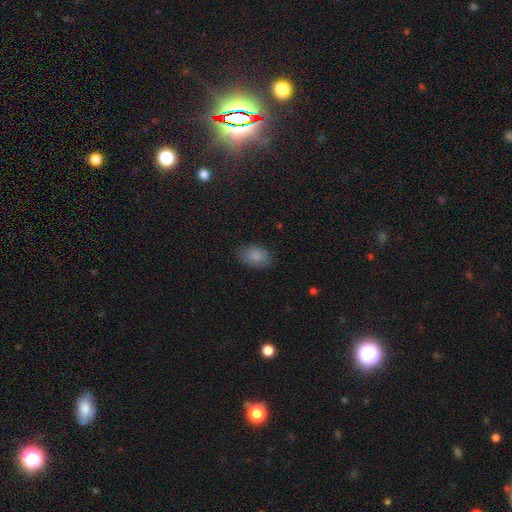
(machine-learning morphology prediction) smooth-or-featured: smooth: 85% | star or artifact: 8% | featured or disk: 6%
  how-rounded: in between: 86% | round: 13% | cigar-shaped: 1%
  merging: none: 80% | minor disturbance: 16% | major disturbance: 4% | merger: 1%